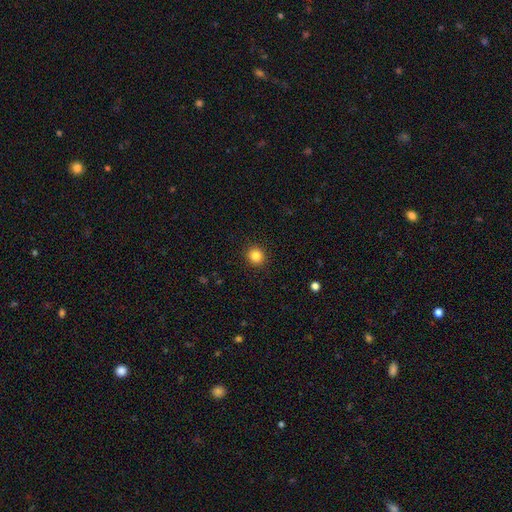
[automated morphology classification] Q: Smooth or featured?
A: smooth (84%); runner-up: star or artifact (11%)
Q: How rounded?
A: round (89%); runner-up: in between (10%)
Q: Merging?
A: none (92%); runner-up: minor disturbance (5%)